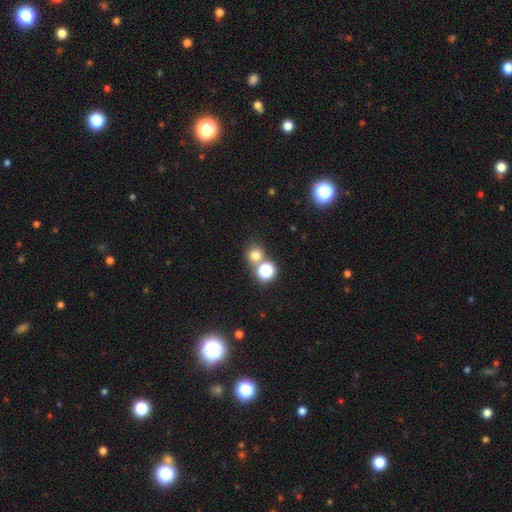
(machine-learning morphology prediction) smooth-or-featured: smooth: 71% | star or artifact: 22% | featured or disk: 8%
  how-rounded: round: 86% | in between: 13% | cigar-shaped: 1%
  merging: none: 61% | merger: 28% | minor disturbance: 7% | major disturbance: 4%